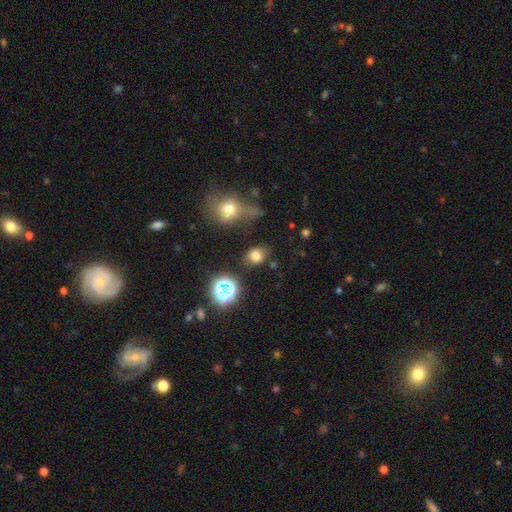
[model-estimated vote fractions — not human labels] Smooth or featured: smooth — 74% (star or artifact — 17%)
How rounded: in between — 57% (round — 42%)
Merging: none — 69% (minor disturbance — 18%)